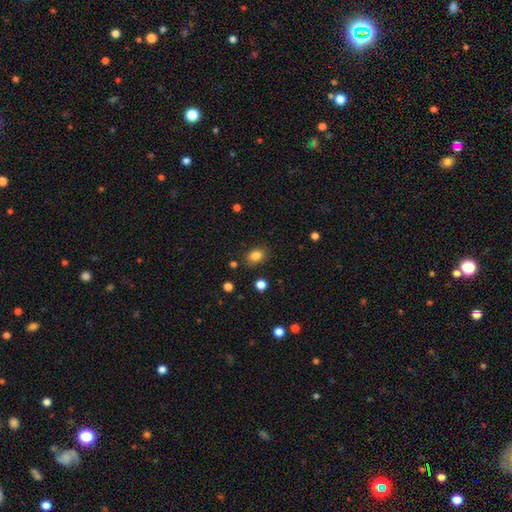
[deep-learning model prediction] This appears to be a smooth galaxy with no disk features (84%) that is in between round and cigar-shaped (59%). Merging: none (84%).